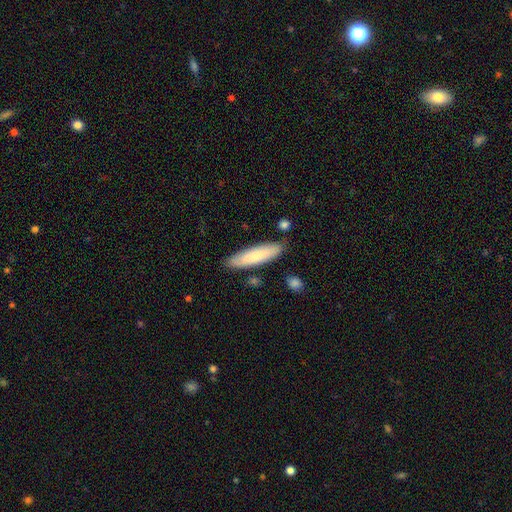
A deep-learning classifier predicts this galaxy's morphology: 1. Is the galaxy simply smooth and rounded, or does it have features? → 75% smooth, 19% featured or disk, 6% star or artifact.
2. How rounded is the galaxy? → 69% cigar-shaped, 30% in between, 1% round.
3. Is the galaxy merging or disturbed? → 83% none, 12% minor disturbance, 3% merger, 2% major disturbance.